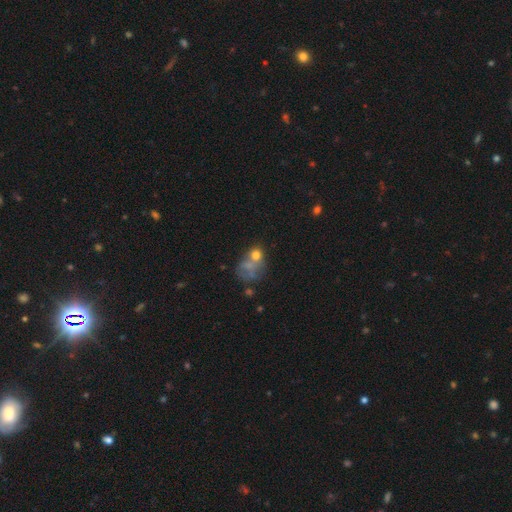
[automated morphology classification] Smooth or featured: smooth — 56% (featured or disk — 28%)
How rounded: in between — 52% (round — 46%)
Merging: merger — 30% (major disturbance — 27%)